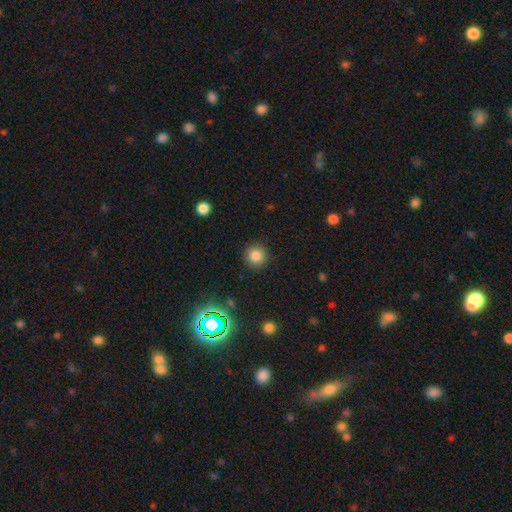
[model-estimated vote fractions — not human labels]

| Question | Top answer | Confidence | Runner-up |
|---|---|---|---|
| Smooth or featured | smooth | 80% | star or artifact (14%) |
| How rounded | round | 94% | in between (5%) |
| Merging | none | 90% | minor disturbance (6%) |